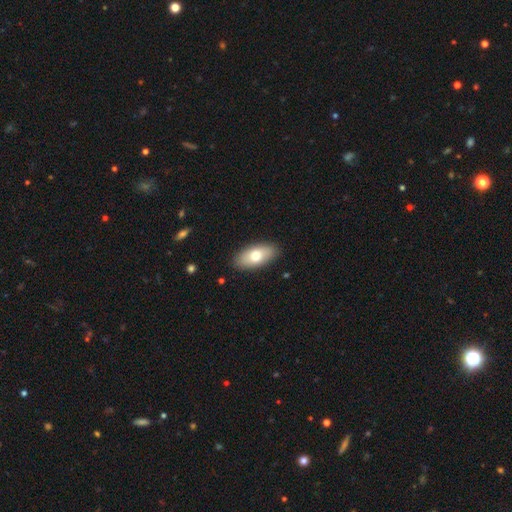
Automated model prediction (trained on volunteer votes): A smooth galaxy with no disk features (74%) that is in between round and cigar-shaped (90%). Merging: none (89%).